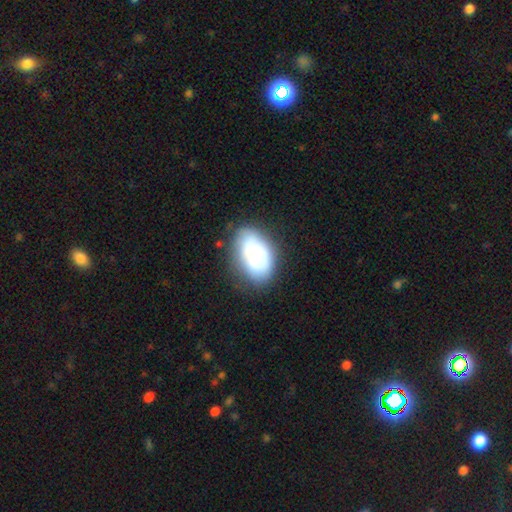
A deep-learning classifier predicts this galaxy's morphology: Smooth or featured? Predicted: smooth (p=0.74). How rounded? Predicted: in between (p=0.89). Merging? Predicted: none (p=0.61).